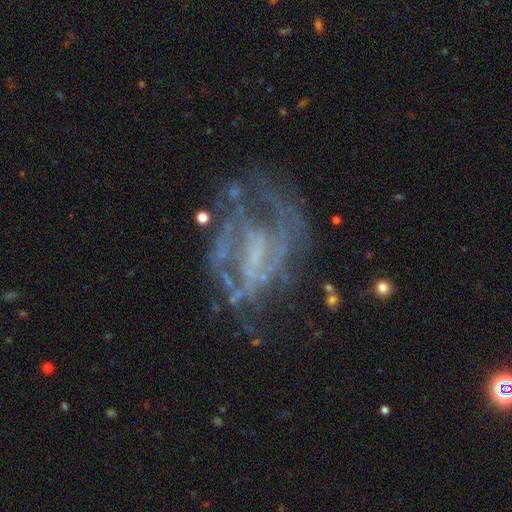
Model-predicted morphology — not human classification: type=featured or disk (79%); edge-on=no (97%); bar=no (41%); spiral arms=yes (68%); winding=medium (40%); arm count=can't tell (42%); bulge=none (57%); merging=none (48%).